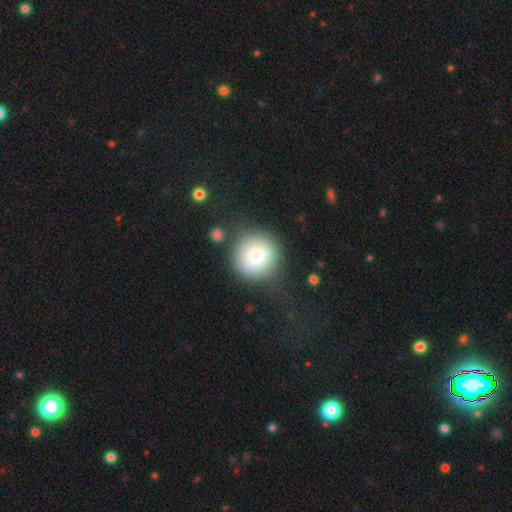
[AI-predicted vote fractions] Overall: smooth (79%). How rounded: round (93%). Merging: none (73%).